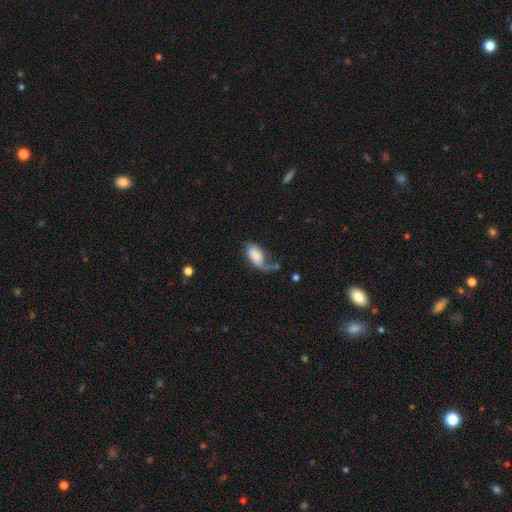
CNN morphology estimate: Overall: smooth (61%; featured or disk 32%). How rounded: in between (92%). Merging: major disturbance (40%; none 29%).